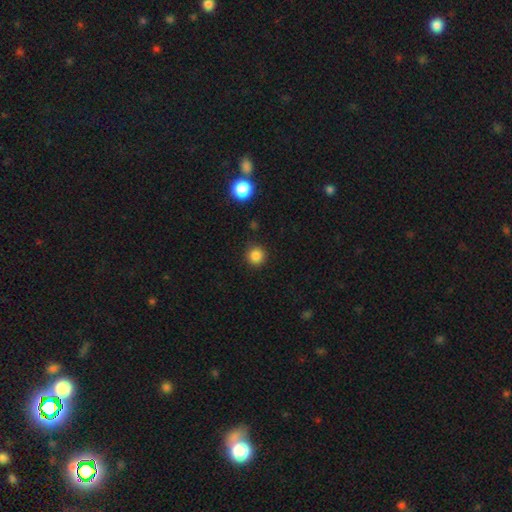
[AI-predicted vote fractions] A smooth galaxy with no disk features (85%) that is round (95%).

Vote fractions:
- Smooth or featured? smooth: 85% / star or artifact: 12% / featured or disk: 3%
- How rounded? round: 95% / in between: 4% / cigar-shaped: 1%
- Merging? none: 90% / minor disturbance: 6% / major disturbance: 2% / merger: 2%